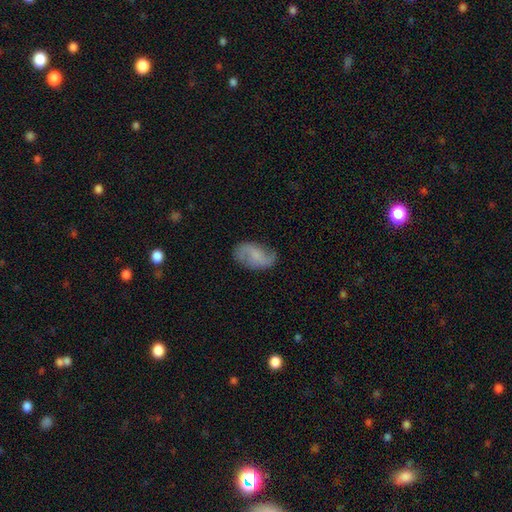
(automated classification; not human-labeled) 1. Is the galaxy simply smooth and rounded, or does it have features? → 65% featured or disk, 28% smooth, 7% star or artifact.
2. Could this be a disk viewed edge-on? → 97% no, 3% yes.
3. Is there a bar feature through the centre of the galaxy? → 47% no, 43% weak, 11% strong.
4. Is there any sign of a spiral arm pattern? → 92% yes, 8% no.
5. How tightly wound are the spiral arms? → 57% loose, 32% medium, 10% tight.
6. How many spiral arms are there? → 89% 2, 5% can't tell, 3% 1, 1% 3, 1% 4, 1% more than 4.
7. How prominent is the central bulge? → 52% none, 26% small, 16% moderate, 4% large, 1% dominant.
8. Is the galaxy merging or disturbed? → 74% none, 18% minor disturbance, 6% major disturbance, 2% merger.